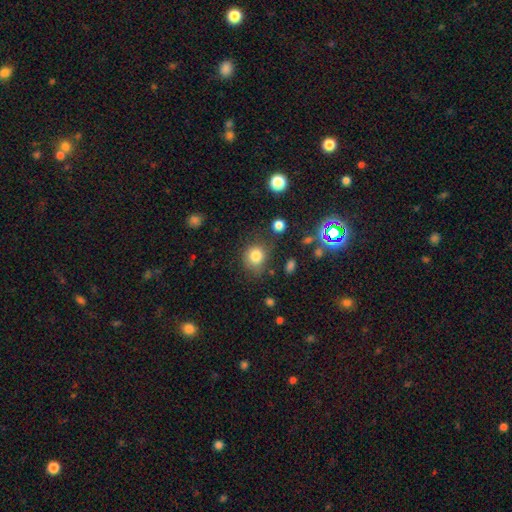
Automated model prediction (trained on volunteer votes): The model was most divided on "how rounded": round: 75%, in between: 24%, cigar-shaped: 1%. More confident: smooth or featured — smooth (81%); merging — none (70%).